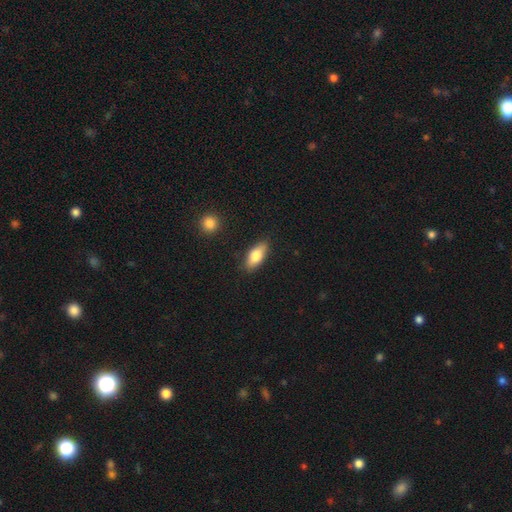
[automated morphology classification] This appears to be a smooth galaxy with no disk features (76%) that is in between round and cigar-shaped (80%). Merging: none (84%).